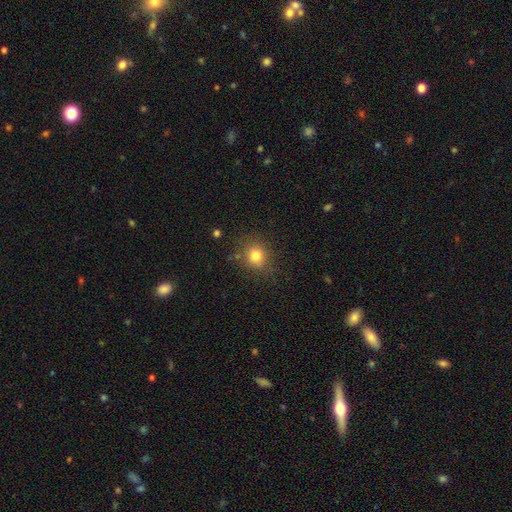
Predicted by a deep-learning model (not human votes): The model was most divided on "how rounded": round: 80%, in between: 19%, cigar-shaped: 1%. More confident: merging — none (80%); smooth or featured — smooth (79%).